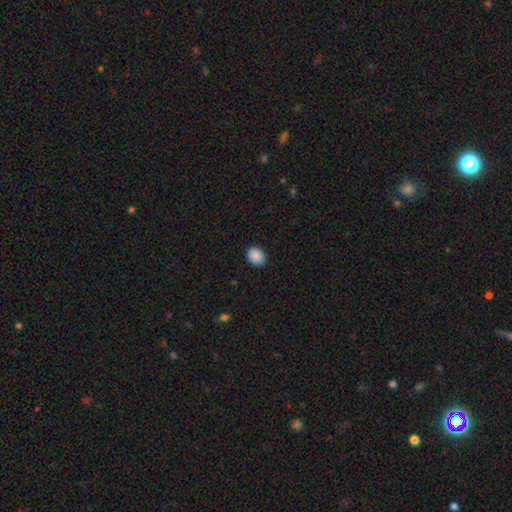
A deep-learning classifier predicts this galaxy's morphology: Smooth or featured? smooth (89%)
How rounded? in between (62%)
Merging? none (89%)